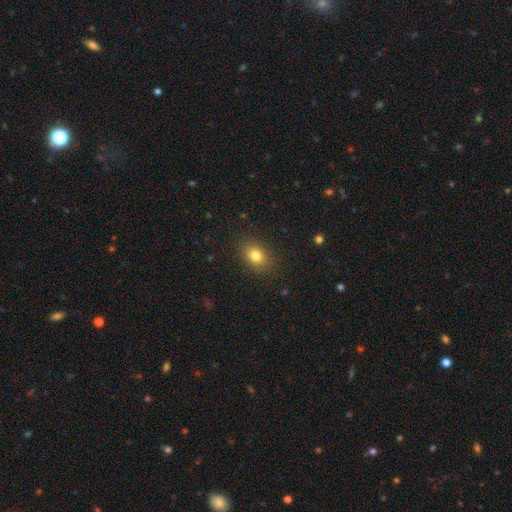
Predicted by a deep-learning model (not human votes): Smooth or featured: smooth — 80% (star or artifact — 11%)
How rounded: in between — 67% (round — 32%)
Merging: none — 87% (minor disturbance — 9%)